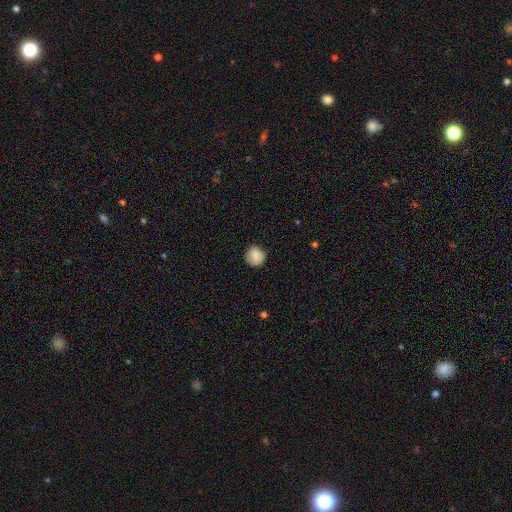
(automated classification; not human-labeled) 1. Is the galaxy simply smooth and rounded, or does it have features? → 87% smooth, 8% star or artifact, 5% featured or disk.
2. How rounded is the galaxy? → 92% round, 8% in between, 1% cigar-shaped.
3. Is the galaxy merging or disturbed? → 85% none, 12% minor disturbance, 2% major disturbance, 1% merger.